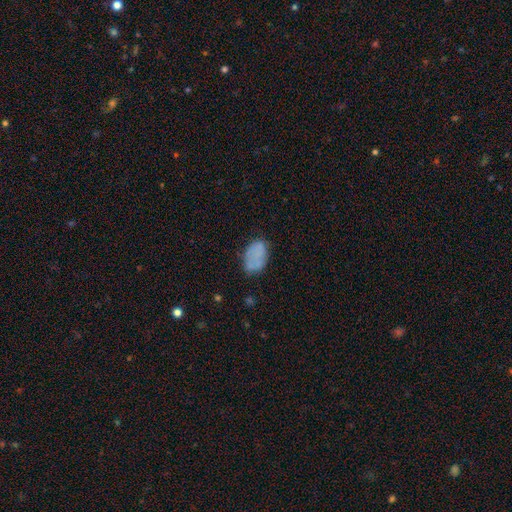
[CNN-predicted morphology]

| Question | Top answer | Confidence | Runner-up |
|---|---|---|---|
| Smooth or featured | smooth | 72% | featured or disk (18%) |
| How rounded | in between | 91% | round (8%) |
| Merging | none | 65% | minor disturbance (23%) |